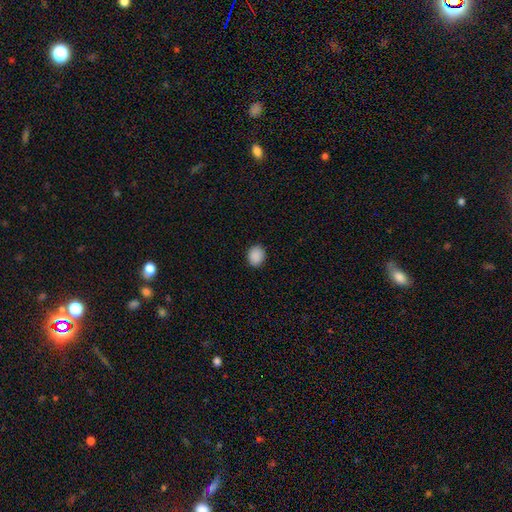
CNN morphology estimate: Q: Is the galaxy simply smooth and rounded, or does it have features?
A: smooth — 89%.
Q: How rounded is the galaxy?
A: round — 66%.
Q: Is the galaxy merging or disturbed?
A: none — 90%.